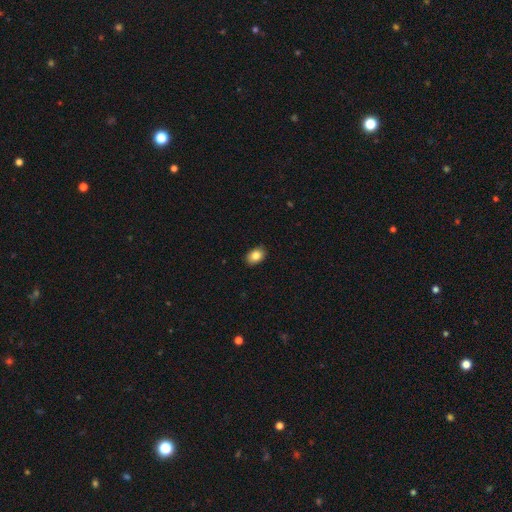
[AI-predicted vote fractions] Smooth or featured?
  - smooth: 84% *
  - star or artifact: 9%
  - featured or disk: 7%
How rounded?
  - in between: 77% *
  - round: 22%
  - cigar-shaped: 1%
Merging?
  - none: 90% *
  - minor disturbance: 7%
  - major disturbance: 2%
  - merger: 1%